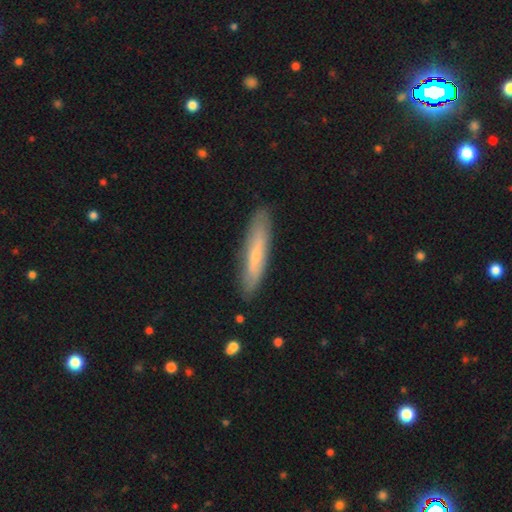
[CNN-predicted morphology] type=smooth (53%); roundness=cigar-shaped (85%); merging=none (87%).